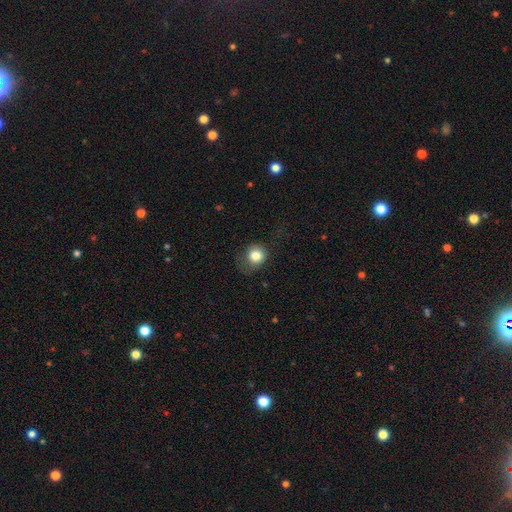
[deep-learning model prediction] This is clearly a smooth galaxy (81%). How rounded: likely round (78%). Merging: likely none (63%).